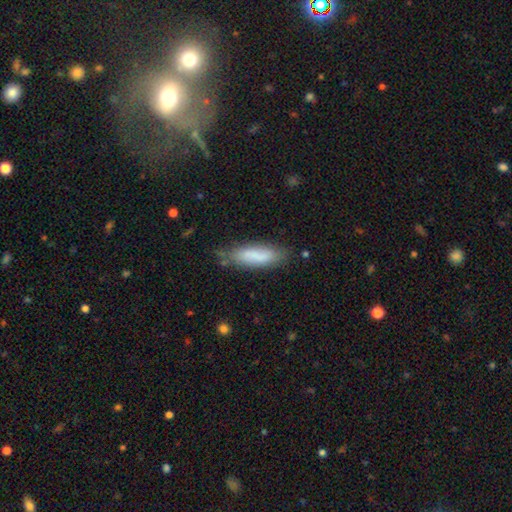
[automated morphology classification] This appears to be a smooth galaxy with no disk features (80%) that is cigar-shaped (55%). Merging: none (71%).